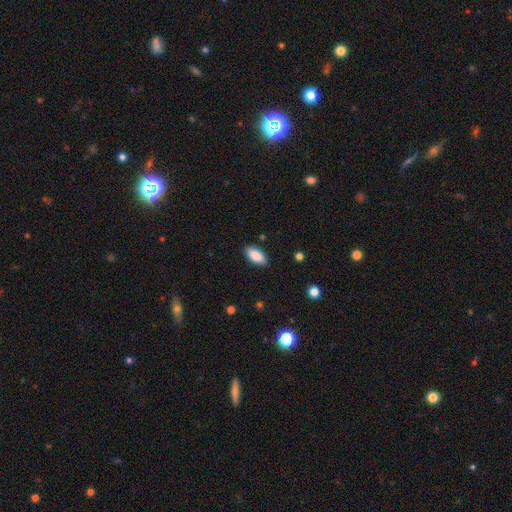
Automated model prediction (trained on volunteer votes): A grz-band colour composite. It shows a smooth galaxy with no disk features (87%) that is in between round and cigar-shaped (90%). Merging: none (88%).